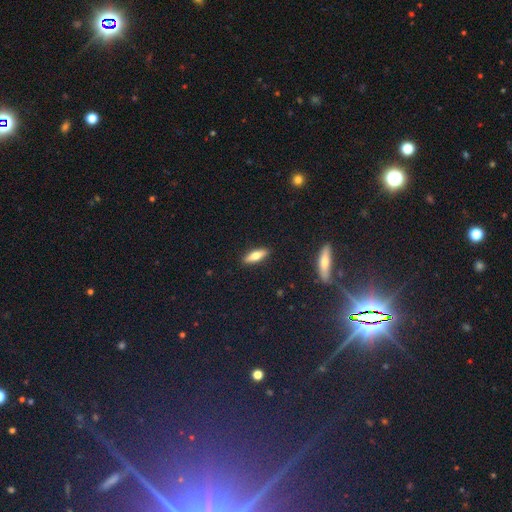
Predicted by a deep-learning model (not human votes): Q: Smooth or featured?
A: smooth (61%); runner-up: featured or disk (32%)
Q: How rounded?
A: cigar-shaped (55%); runner-up: in between (42%)
Q: Merging?
A: none (90%); runner-up: minor disturbance (7%)